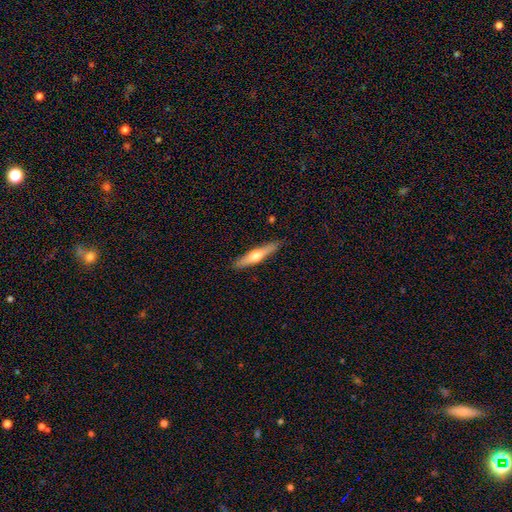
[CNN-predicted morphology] smooth-or-featured: featured or disk: 50% | smooth: 45% | star or artifact: 5%
  merging: none: 87% | minor disturbance: 10% | major disturbance: 2% | merger: 1%